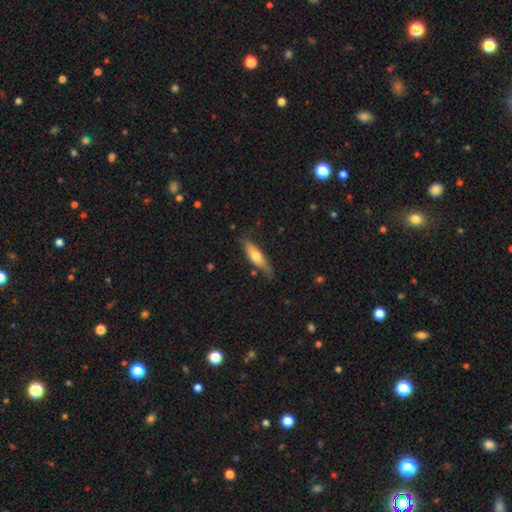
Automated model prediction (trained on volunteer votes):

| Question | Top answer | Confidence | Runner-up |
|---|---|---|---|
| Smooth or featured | smooth | 62% | featured or disk (33%) |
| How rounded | cigar-shaped | 56% | in between (42%) |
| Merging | none | 69% | minor disturbance (24%) |